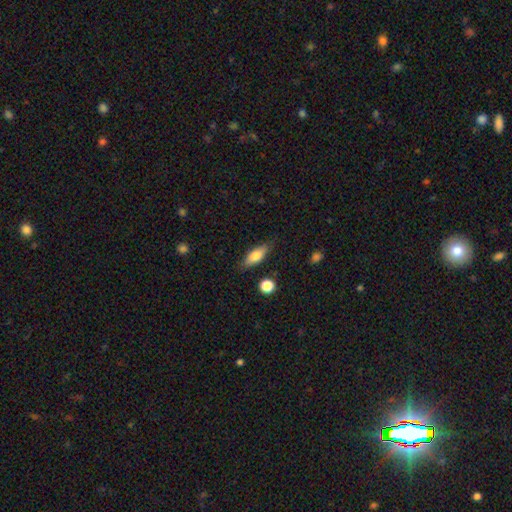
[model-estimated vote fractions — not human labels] The model was most divided on "how rounded": in between: 68%, cigar-shaped: 28%, round: 4%. More confident: merging — none (81%); smooth or featured — smooth (71%).